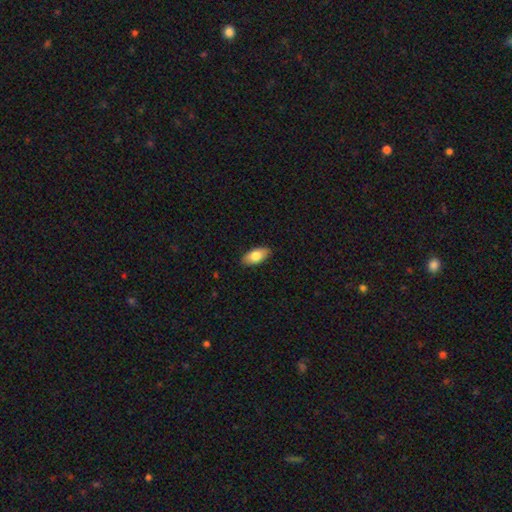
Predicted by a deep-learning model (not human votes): A smooth galaxy with no disk features (81%) that is in between round and cigar-shaped (92%). Merging: none (88%).